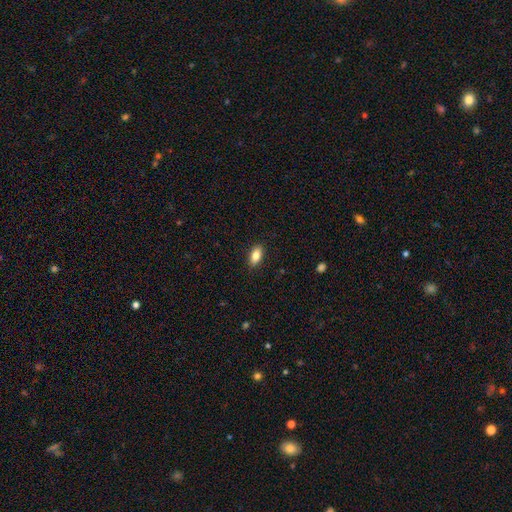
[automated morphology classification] This appears to be a smooth galaxy with no disk features (82%) that is in between round and cigar-shaped (88%). Merging: none (88%).